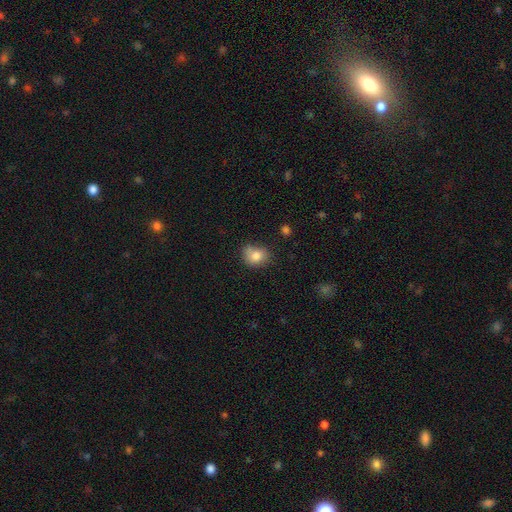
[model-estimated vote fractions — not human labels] This is clearly a smooth galaxy (82%). How rounded: possibly round (55%). Merging: possibly none (59%).